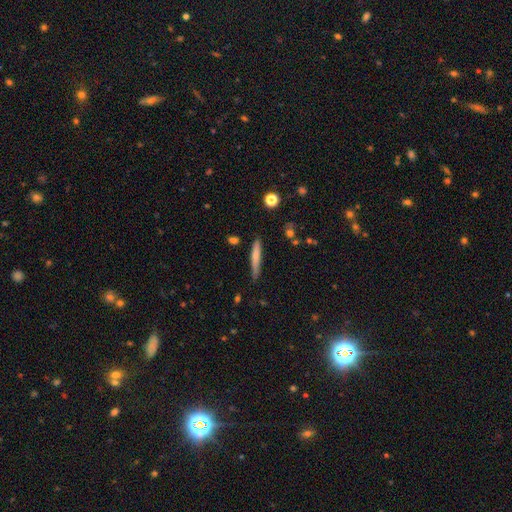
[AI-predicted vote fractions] This appears to be a smooth galaxy with no disk features (69%) that is cigar-shaped (93%). Merging: none (79%).